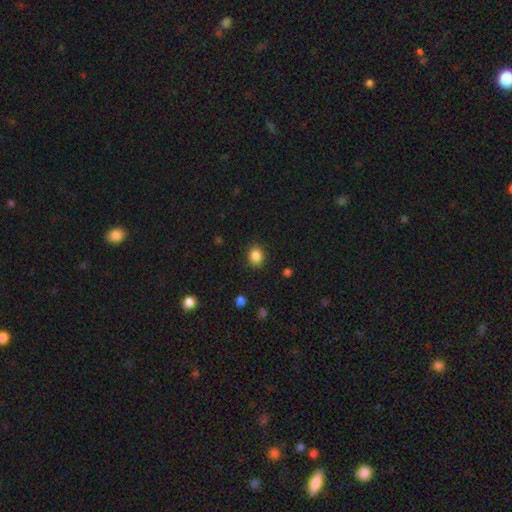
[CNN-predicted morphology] Overall: smooth (86%). How rounded: round (53%; in between 46%). Merging: none (89%).